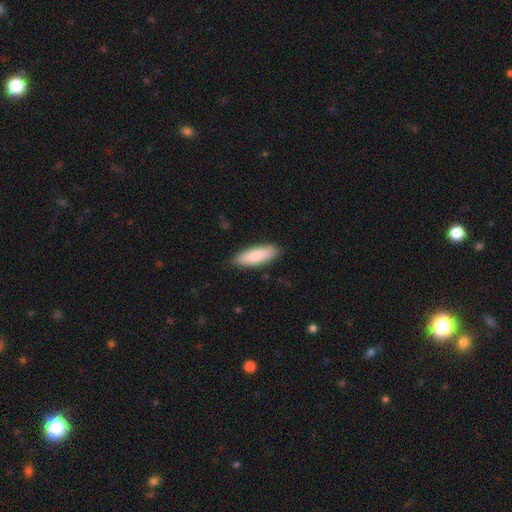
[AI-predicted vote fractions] Smooth or featured? smooth (86%)
How rounded? in between (56%)
Merging? none (86%)